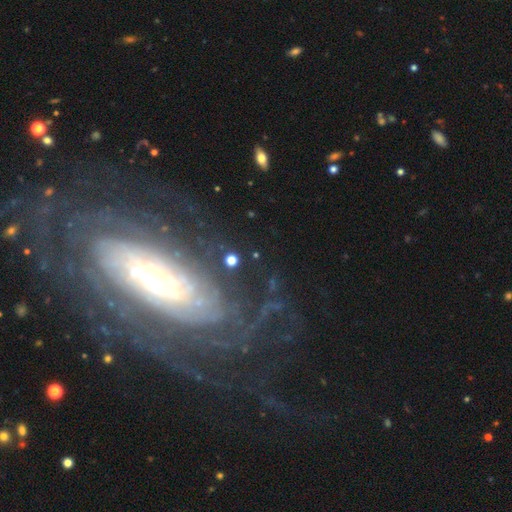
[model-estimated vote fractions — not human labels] A featured or disk galaxy (71%) with no bar (53%), tight (61%) spiral arms (86%) and a small central bulge (40%).

Vote fractions:
- Smooth or featured? featured or disk: 71% / star or artifact: 15% / smooth: 13%
- Edge-on disk? no: 89% / yes: 11%
- Bar? no: 53% / weak: 27% / strong: 19%
- Spiral arms? yes: 86% / no: 14%
- Spiral winding? tight: 61% / medium: 26% / loose: 13%
- Spiral arm count? can't tell: 39% / 2: 17% / 3: 13% / 4: 11% / more than 4: 11% / 1: 9%
- Bulge size? small: 40% / moderate: 38% / large: 12% / none: 6% / dominant: 4%
- Merging? none: 69% / minor disturbance: 15% / major disturbance: 13% / merger: 4%